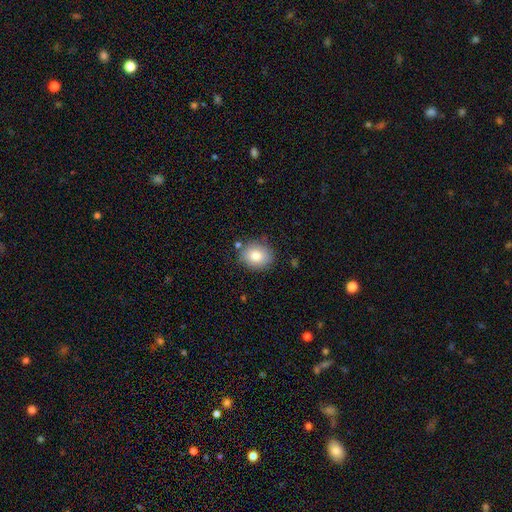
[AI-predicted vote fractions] Q: Smooth or featured?
A: smooth (82%); runner-up: featured or disk (9%)
Q: How rounded?
A: round (64%); runner-up: in between (35%)
Q: Merging?
A: none (80%); runner-up: minor disturbance (13%)